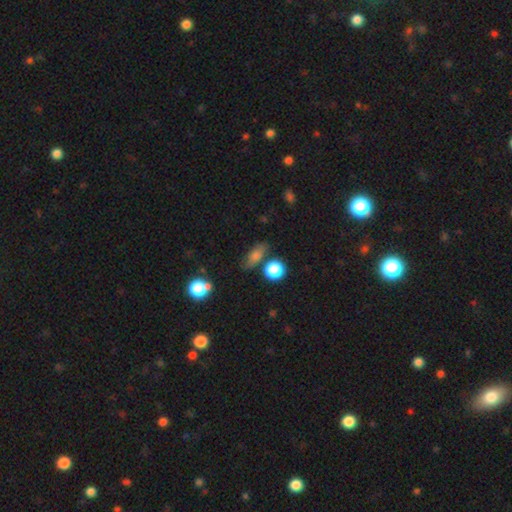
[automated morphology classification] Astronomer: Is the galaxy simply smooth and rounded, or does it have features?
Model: smooth — 71%.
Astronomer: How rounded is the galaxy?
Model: in between — 60%.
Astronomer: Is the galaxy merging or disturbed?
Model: none — 71%.